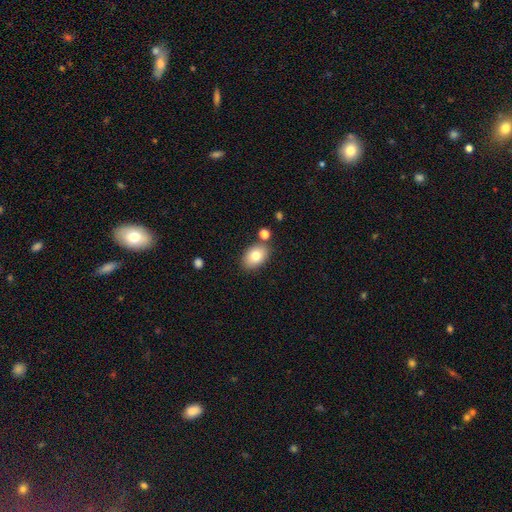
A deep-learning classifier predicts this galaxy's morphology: smooth 79%, featured or disk 12%, star or artifact 8%. Down the decision tree: how rounded — in between (84%); merging — none (80%).